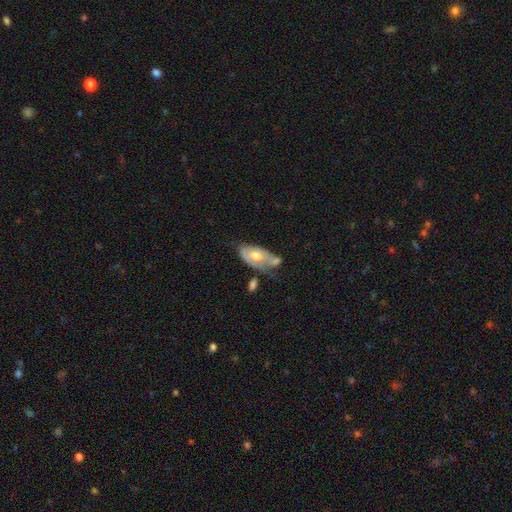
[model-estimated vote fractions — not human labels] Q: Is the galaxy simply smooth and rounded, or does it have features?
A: featured or disk — 52%.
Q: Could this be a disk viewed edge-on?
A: no — 88%.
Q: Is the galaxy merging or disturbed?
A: none — 31%, tied with merger.